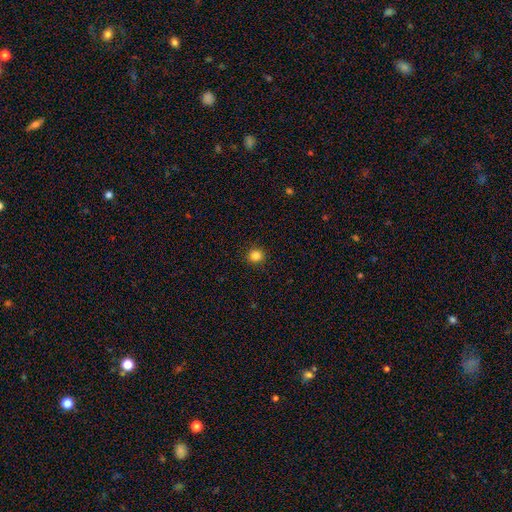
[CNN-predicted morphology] A smooth galaxy with no disk features (84%) that is round (93%).

Vote fractions:
- Smooth or featured? smooth: 84% / star or artifact: 12% / featured or disk: 4%
- How rounded? round: 93% / in between: 6% / cigar-shaped: 1%
- Merging? none: 92% / minor disturbance: 5% / major disturbance: 2% / merger: 1%